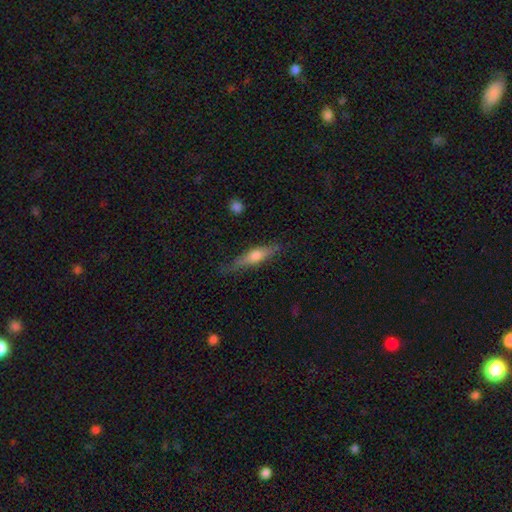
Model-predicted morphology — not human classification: type=smooth (51%); roundness=cigar-shaped (76%); merging=none (75%).